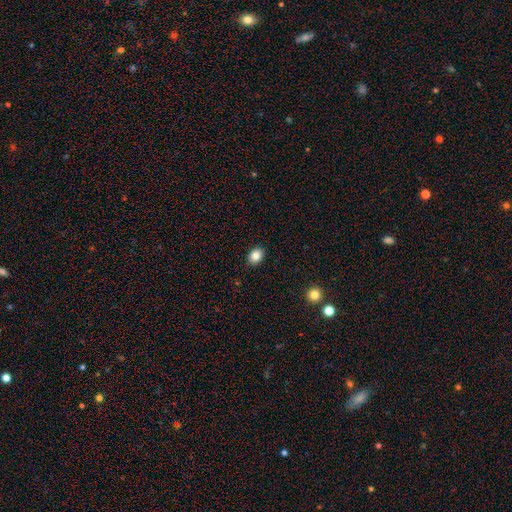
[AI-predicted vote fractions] This appears to be a smooth galaxy with no disk features (85%) that is in between round and cigar-shaped (59%). Merging: none (90%).